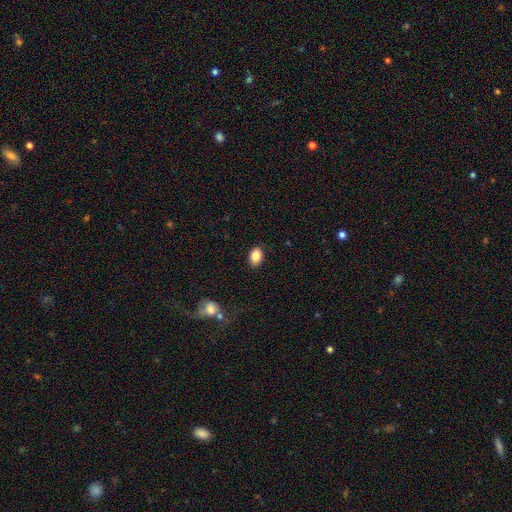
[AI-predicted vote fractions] Smooth or featured: smooth — 86% (star or artifact — 9%)
How rounded: in between — 76% (round — 23%)
Merging: none — 86% (minor disturbance — 10%)